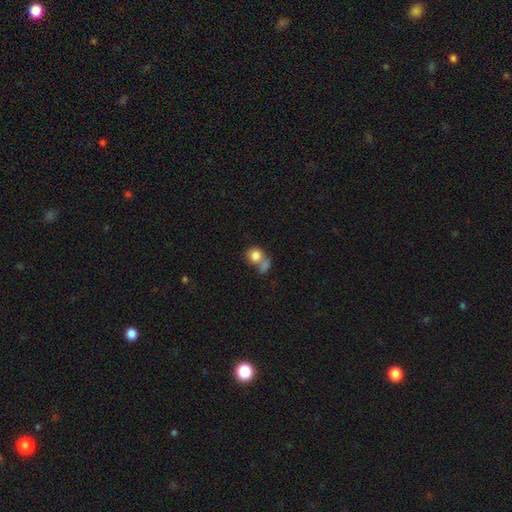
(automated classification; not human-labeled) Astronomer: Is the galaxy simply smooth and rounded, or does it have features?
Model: smooth — 81%.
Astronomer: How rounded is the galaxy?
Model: round — 78%.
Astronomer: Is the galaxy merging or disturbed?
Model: merger — 45% (runner-up: none, 36%).